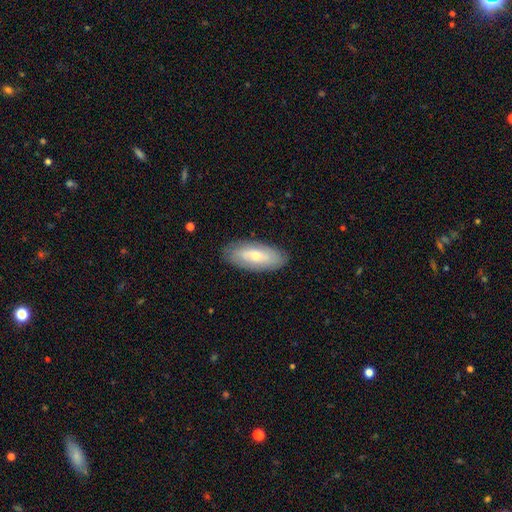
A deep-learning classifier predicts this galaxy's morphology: The model was most divided on "smooth or featured": smooth: 57%, featured or disk: 37%, star or artifact: 6%. More confident: merging — none (86%); how rounded — in between (81%).